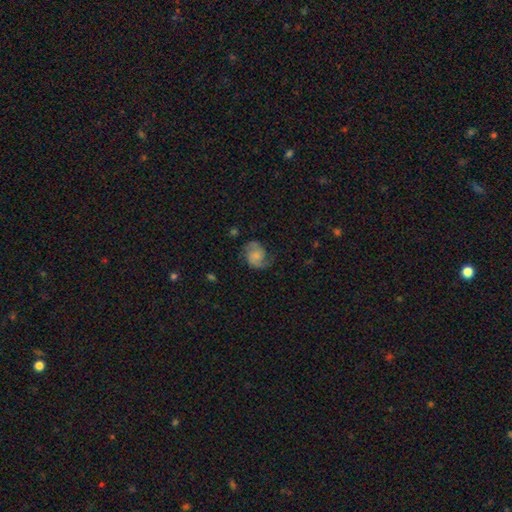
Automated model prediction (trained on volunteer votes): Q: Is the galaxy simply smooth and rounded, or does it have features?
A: featured or disk — 74%.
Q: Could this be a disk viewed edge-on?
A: no — 98%.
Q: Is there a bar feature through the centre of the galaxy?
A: no — 63%.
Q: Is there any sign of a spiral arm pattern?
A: yes — 96%.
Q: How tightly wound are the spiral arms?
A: medium — 51%.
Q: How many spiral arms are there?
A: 2 — 90%.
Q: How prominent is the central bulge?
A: none — 38%.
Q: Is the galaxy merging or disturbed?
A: none — 73%.